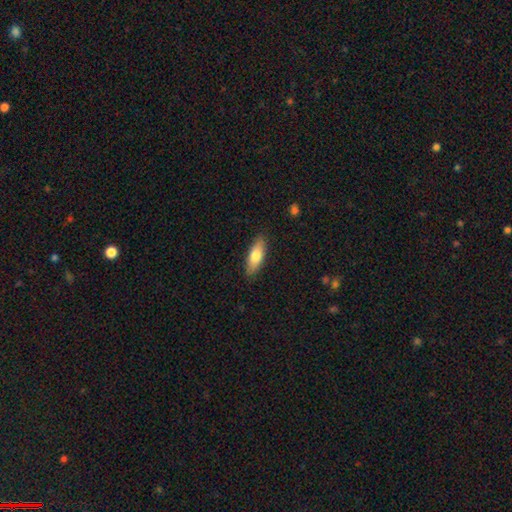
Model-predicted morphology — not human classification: Smooth or featured? Predicted: smooth (p=0.74). How rounded? Predicted: in between (p=0.63). Merging? Predicted: none (p=0.88).